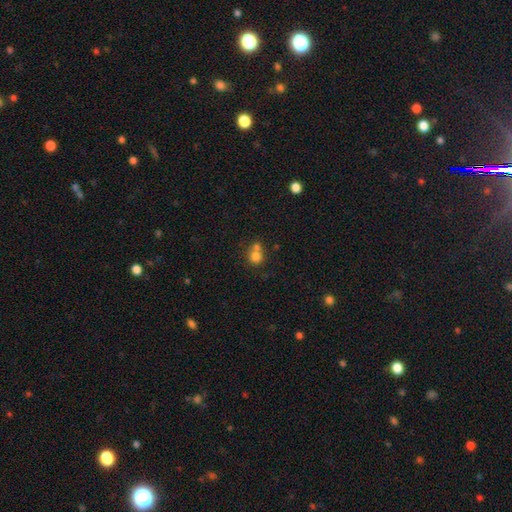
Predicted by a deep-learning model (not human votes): smooth_or_featured: smooth (p=0.76) [alt: featured or disk p=0.12]
how_rounded: round (p=0.84) [alt: in between p=0.15]
merging: merger (p=0.50) [alt: none p=0.39]